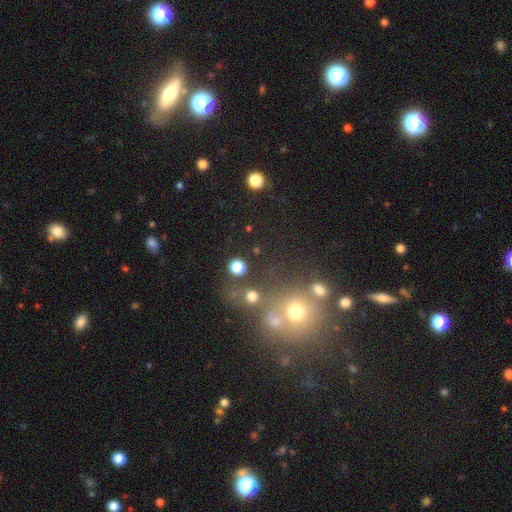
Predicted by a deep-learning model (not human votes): Smooth or featured?
  - smooth: 45% *
  - star or artifact: 40%
  - featured or disk: 16%
Merging?
  - none: 60% *
  - merger: 23%
  - minor disturbance: 11%
  - major disturbance: 6%